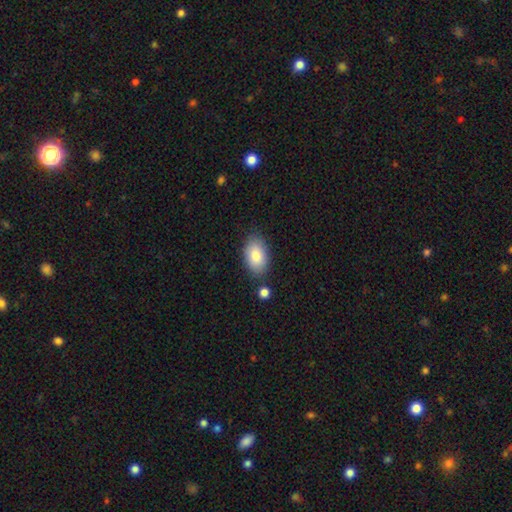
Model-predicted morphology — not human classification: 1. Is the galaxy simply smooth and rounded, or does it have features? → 85% smooth, 9% featured or disk, 6% star or artifact.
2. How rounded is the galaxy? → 93% in between, 5% round, 2% cigar-shaped.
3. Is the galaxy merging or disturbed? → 79% none, 13% minor disturbance, 5% merger, 3% major disturbance.